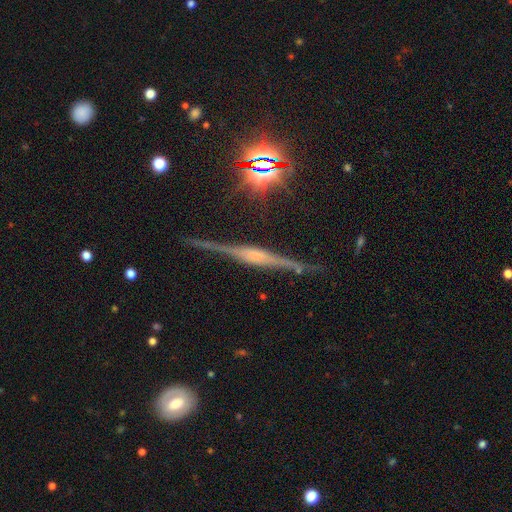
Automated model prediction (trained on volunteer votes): The model was most divided on "edge-on bulge": boxy: 47%, rounded: 44%, none: 9%. More confident: edge-on disk — yes (97%); merging — none (85%); smooth or featured — featured or disk (81%).